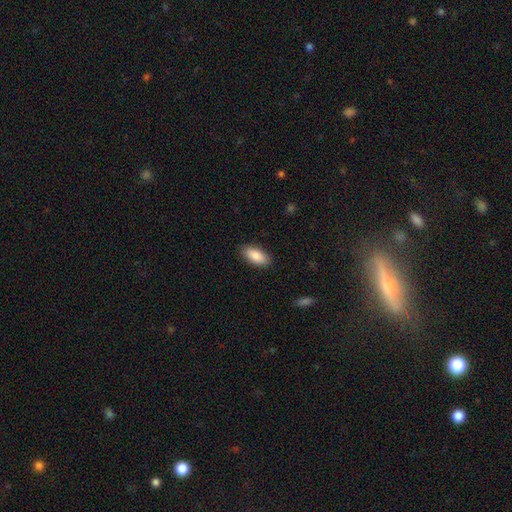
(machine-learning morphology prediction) A smooth galaxy with no disk features (87%) that is in between round and cigar-shaped (86%).

Vote fractions:
- Smooth or featured? smooth: 87% / featured or disk: 7% / star or artifact: 6%
- How rounded? in between: 86% / cigar-shaped: 12% / round: 2%
- Merging? none: 88% / minor disturbance: 9% / major disturbance: 2% / merger: 1%